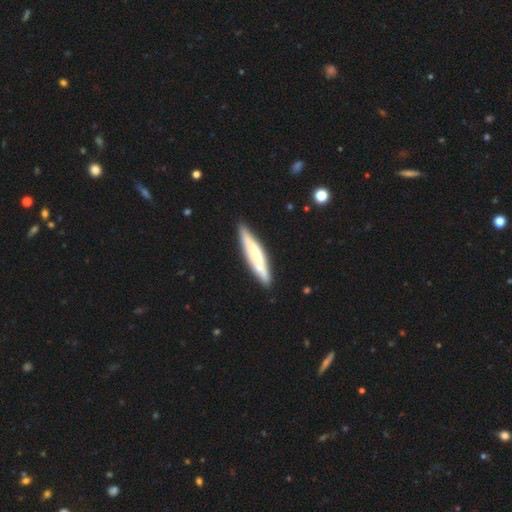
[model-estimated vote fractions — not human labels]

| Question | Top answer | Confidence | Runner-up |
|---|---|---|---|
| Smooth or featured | smooth | 51% | featured or disk (43%) |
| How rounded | cigar-shaped | 87% | in between (12%) |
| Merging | none | 82% | minor disturbance (13%) |